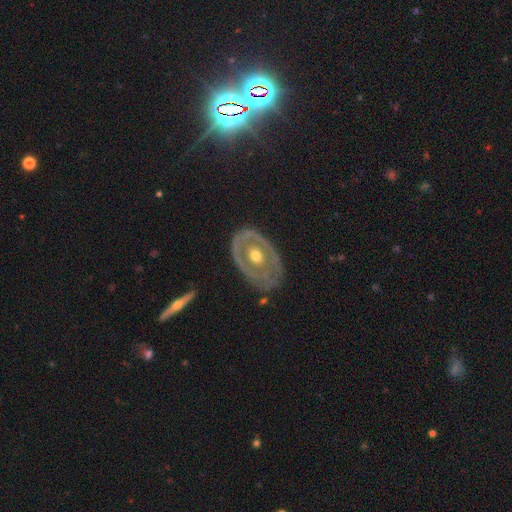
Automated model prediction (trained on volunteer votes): Smooth or featured?
  - featured or disk: 74% *
  - smooth: 22%
  - star or artifact: 4%
Edge-on disk?
  - no: 93% *
  - yes: 7%
Bar?
  - no: 82% *
  - weak: 14%
  - strong: 5%
Spiral arms?
  - no: 64% *
  - yes: 36%
Bulge size?
  - moderate: 76% *
  - small: 16%
  - large: 6%
  - none: 1%
  - dominant: 1%
Merging?
  - none: 68% *
  - minor disturbance: 21%
  - major disturbance: 9%
  - merger: 2%